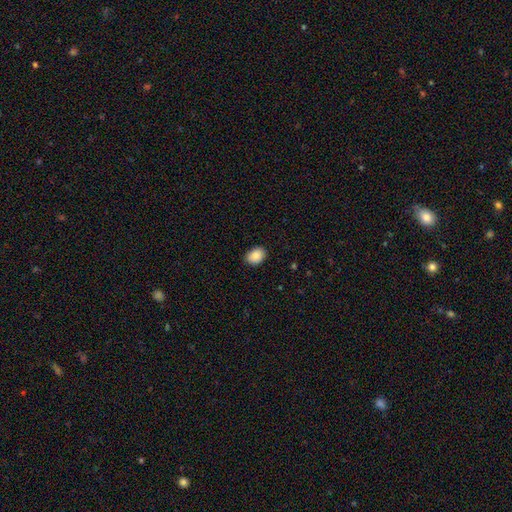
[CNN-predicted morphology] Smooth or featured? smooth (88%)
How rounded? in between (66%)
Merging? none (87%)